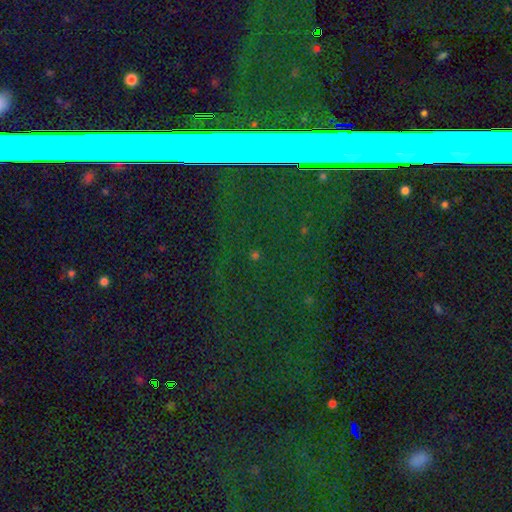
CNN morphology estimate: smooth_or_featured: star or artifact (p=0.79) [alt: smooth p=0.11]